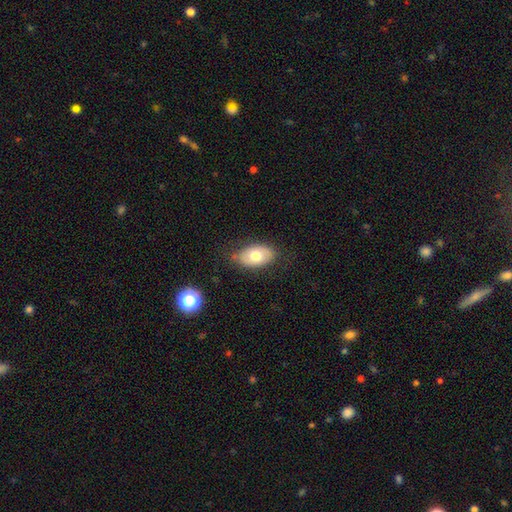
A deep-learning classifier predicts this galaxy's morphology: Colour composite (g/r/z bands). It shows a smooth galaxy with no disk features (70%) that is in between round and cigar-shaped (92%). Merging: none (76%).